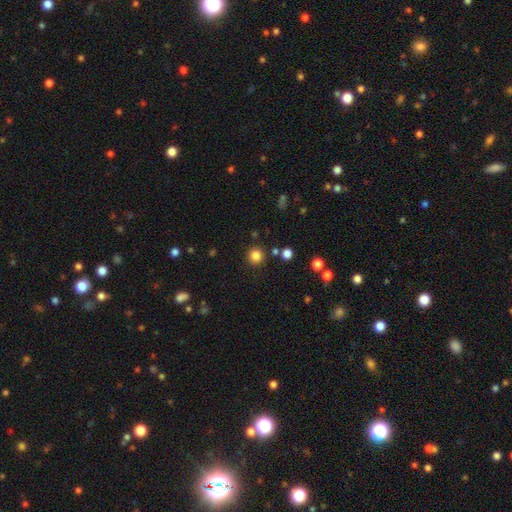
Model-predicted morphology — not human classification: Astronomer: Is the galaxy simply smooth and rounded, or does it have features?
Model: smooth — 83%.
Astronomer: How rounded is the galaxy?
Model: round — 95%.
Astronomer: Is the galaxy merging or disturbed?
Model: none — 88%.